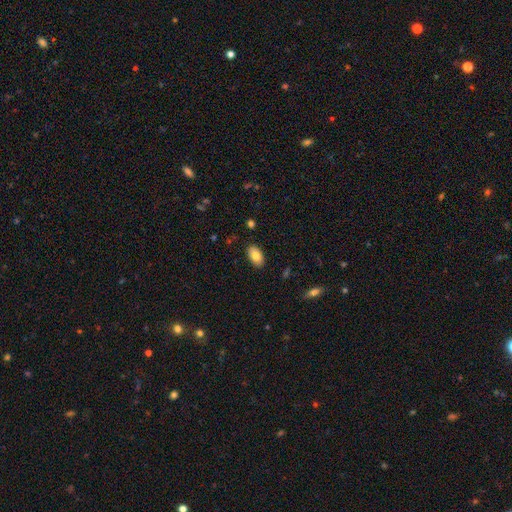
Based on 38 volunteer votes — Smooth or featured? 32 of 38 (84%) said smooth. How rounded? 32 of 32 (100%) said in between. Merging? 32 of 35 (91%) said none.